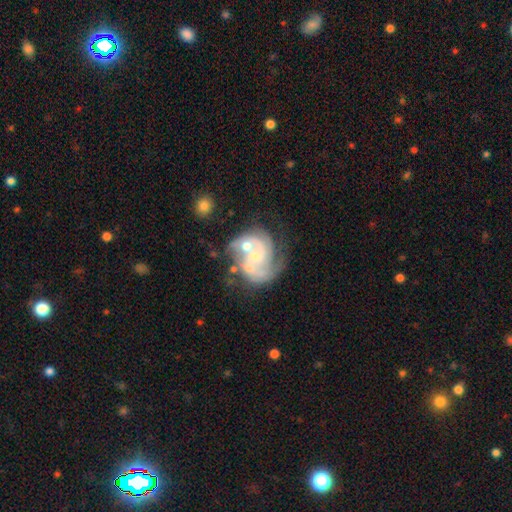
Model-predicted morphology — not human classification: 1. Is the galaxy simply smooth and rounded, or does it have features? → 84% featured or disk, 10% smooth, 6% star or artifact.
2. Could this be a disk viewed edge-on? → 98% no, 2% yes.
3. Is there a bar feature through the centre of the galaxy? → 67% no, 27% weak, 6% strong.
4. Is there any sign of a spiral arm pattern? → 92% yes, 8% no.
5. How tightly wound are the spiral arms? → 44% tight, 42% medium, 14% loose.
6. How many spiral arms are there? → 49% 2, 19% can't tell, 17% 3, 9% 1, 3% 4, 3% more than 4.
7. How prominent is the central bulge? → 50% small, 42% moderate, 4% none, 2% large, 1% dominant.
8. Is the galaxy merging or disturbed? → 37% none, 31% merger, 16% minor disturbance, 16% major disturbance.